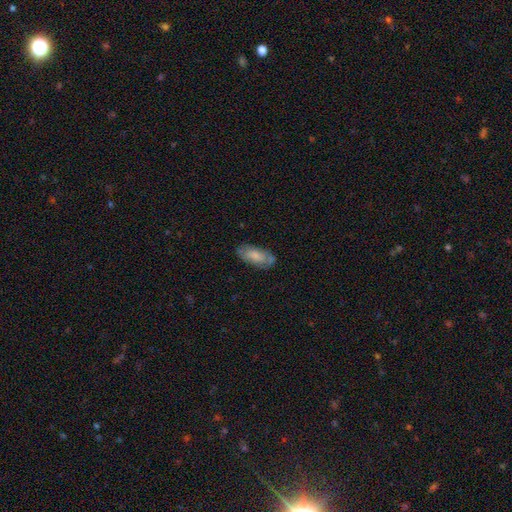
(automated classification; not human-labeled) The model was most divided on "smooth or featured": smooth: 70%, featured or disk: 24%, star or artifact: 7%. More confident: how rounded — in between (85%); merging — none (68%).